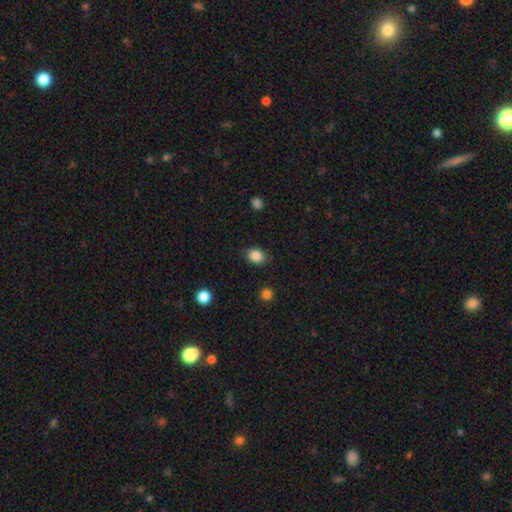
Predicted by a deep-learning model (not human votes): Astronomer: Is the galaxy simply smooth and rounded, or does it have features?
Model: smooth — 86%.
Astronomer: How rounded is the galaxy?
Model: in between — 57% (runner-up: round, 42%).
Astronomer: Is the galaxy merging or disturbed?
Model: none — 81%.